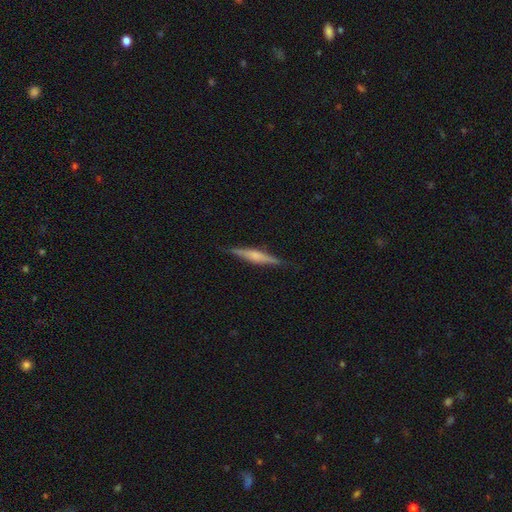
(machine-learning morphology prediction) Smooth or featured?
  - featured or disk: 58% *
  - smooth: 36%
  - star or artifact: 6%
Edge-on disk?
  - yes: 97% *
  - no: 3%
Edge-on bulge?
  - rounded: 56% *
  - boxy: 25%
  - none: 19%
Merging?
  - none: 88% *
  - minor disturbance: 9%
  - major disturbance: 2%
  - merger: 1%